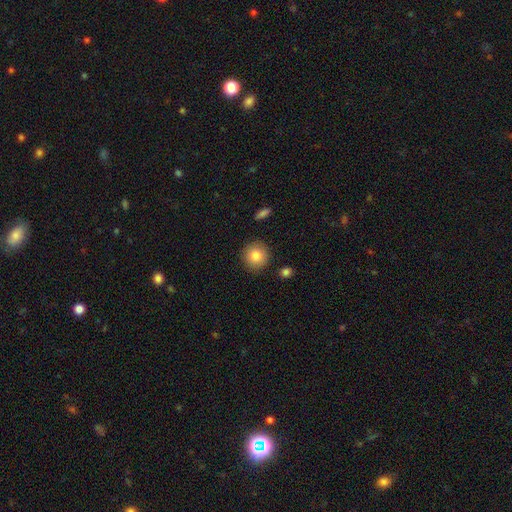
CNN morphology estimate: Smooth or featured: smooth — 83% (star or artifact — 9%)
How rounded: round — 92% (in between — 7%)
Merging: none — 89% (minor disturbance — 7%)